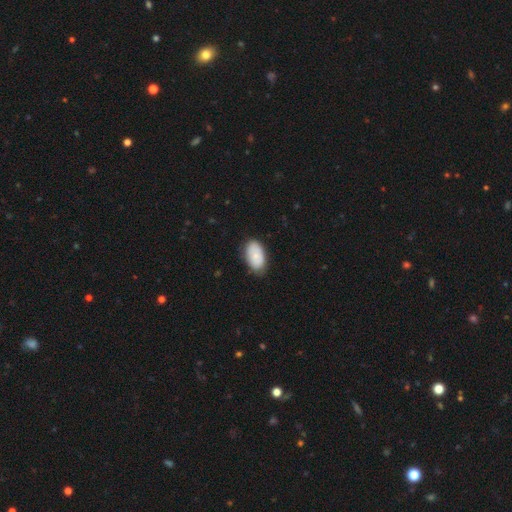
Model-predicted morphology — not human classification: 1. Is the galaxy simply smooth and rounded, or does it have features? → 77% smooth, 17% featured or disk, 6% star or artifact.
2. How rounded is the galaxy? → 94% in between, 5% round, 1% cigar-shaped.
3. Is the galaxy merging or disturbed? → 75% none, 20% minor disturbance, 4% major disturbance, 1% merger.